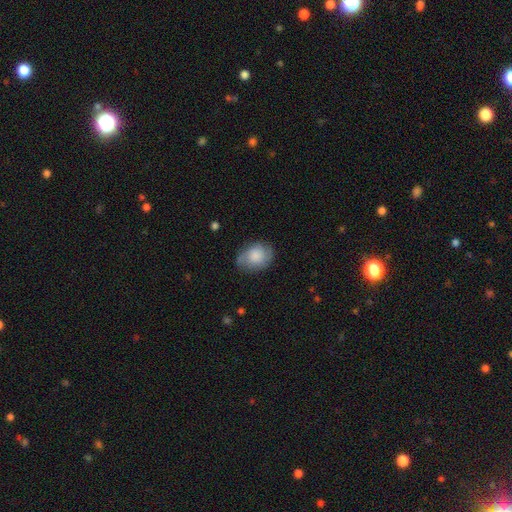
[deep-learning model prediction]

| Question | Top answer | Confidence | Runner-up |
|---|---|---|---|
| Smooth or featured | smooth | 72% | featured or disk (21%) |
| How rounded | in between | 66% | round (33%) |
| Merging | none | 68% | minor disturbance (24%) |